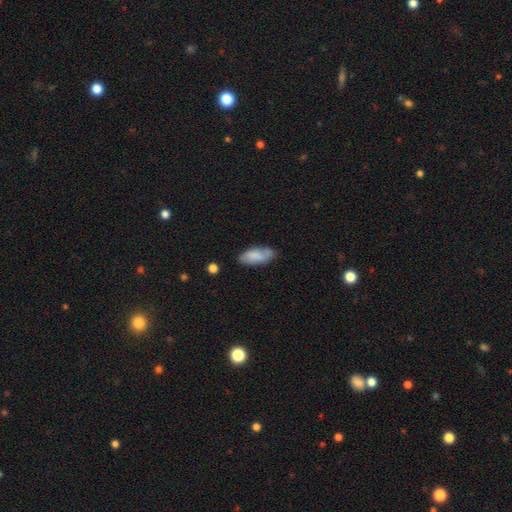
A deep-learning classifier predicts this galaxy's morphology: Smooth or featured?
  - smooth: 73% *
  - featured or disk: 20%
  - star or artifact: 7%
How rounded?
  - in between: 85% *
  - cigar-shaped: 13%
  - round: 2%
Merging?
  - none: 71% *
  - minor disturbance: 21%
  - major disturbance: 5%
  - merger: 3%